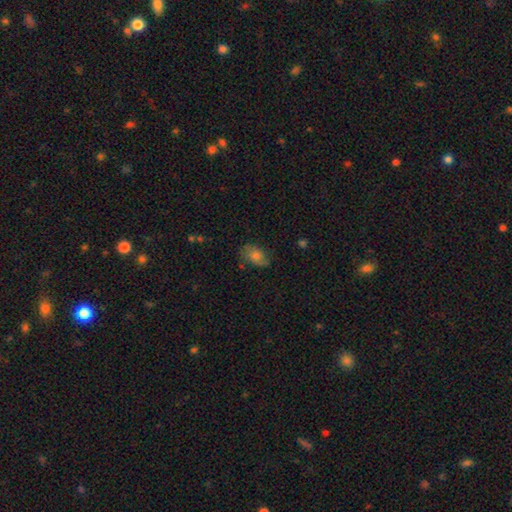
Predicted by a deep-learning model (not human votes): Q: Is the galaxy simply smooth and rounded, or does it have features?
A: smooth — 72%.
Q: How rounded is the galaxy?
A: in between — 86%.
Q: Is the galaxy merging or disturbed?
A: none — 67%.